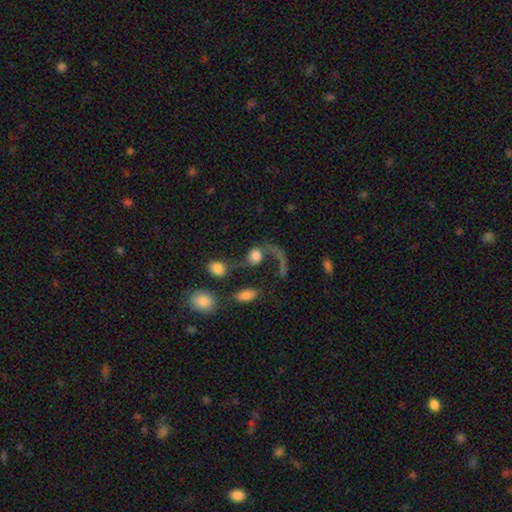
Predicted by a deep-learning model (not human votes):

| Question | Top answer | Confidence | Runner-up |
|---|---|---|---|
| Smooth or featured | smooth | 44% | tied: featured or disk (44%) |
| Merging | major disturbance | 42% | none (25%) |